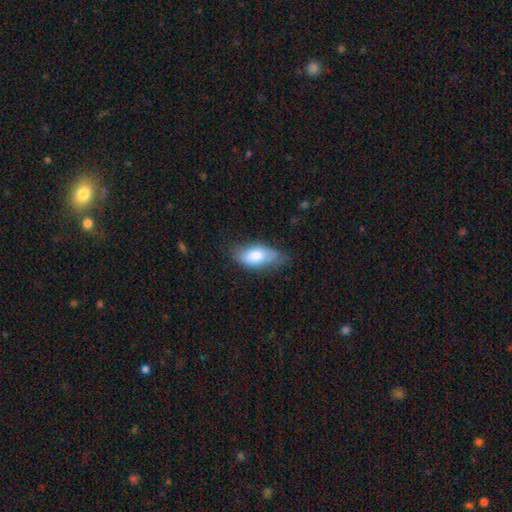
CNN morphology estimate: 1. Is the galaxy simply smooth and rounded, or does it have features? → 75% smooth, 18% featured or disk, 6% star or artifact.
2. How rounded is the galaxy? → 87% in between, 9% cigar-shaped, 3% round.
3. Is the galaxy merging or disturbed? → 58% none, 31% minor disturbance, 9% major disturbance, 2% merger.